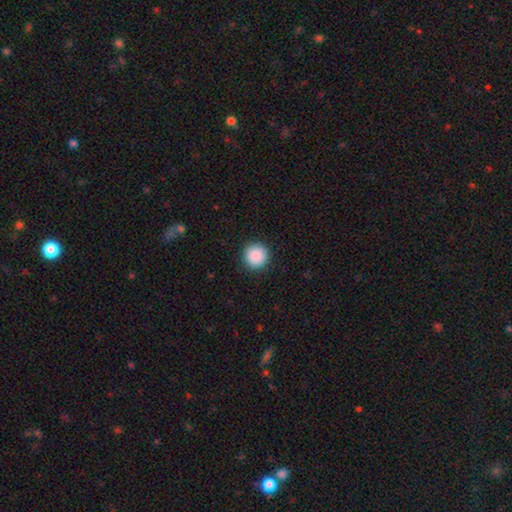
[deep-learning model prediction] Overall: smooth (90%). How rounded: round (95%). Merging: none (92%).